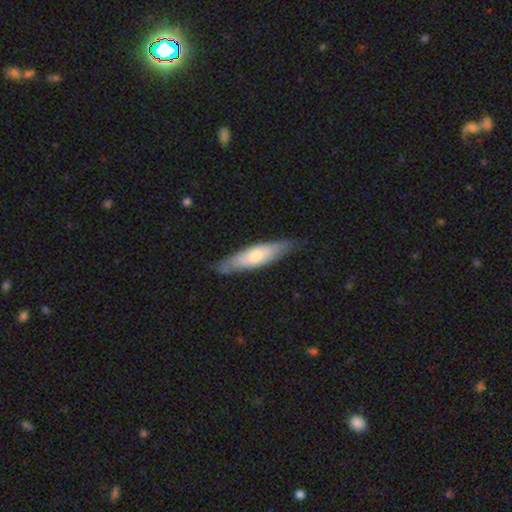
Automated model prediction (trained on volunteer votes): Overall: smooth (58%; featured or disk 37%). How rounded: cigar-shaped (66%; in between 33%). Merging: none (77%).